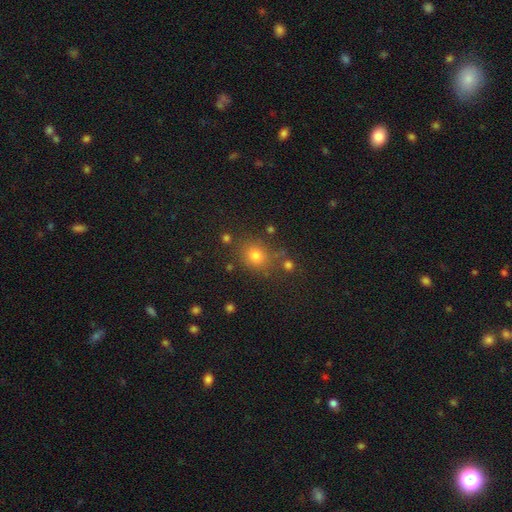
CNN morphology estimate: Q: Smooth or featured?
A: smooth (73%); runner-up: star or artifact (18%)
Q: How rounded?
A: round (76%); runner-up: in between (23%)
Q: Merging?
A: none (74%); runner-up: minor disturbance (12%)